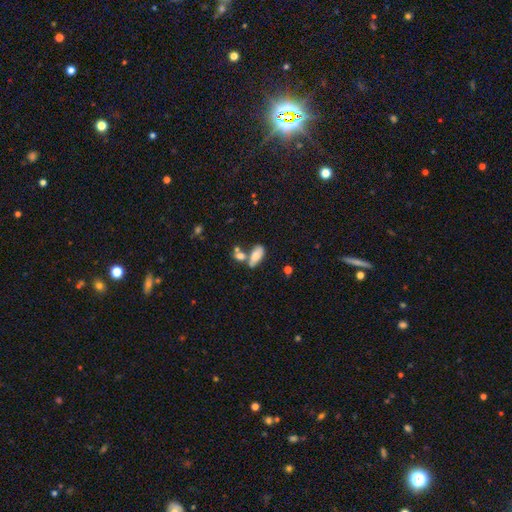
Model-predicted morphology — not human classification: Overall: smooth (75%). How rounded: in between (85%). Merging: none (39%; merger 36%).